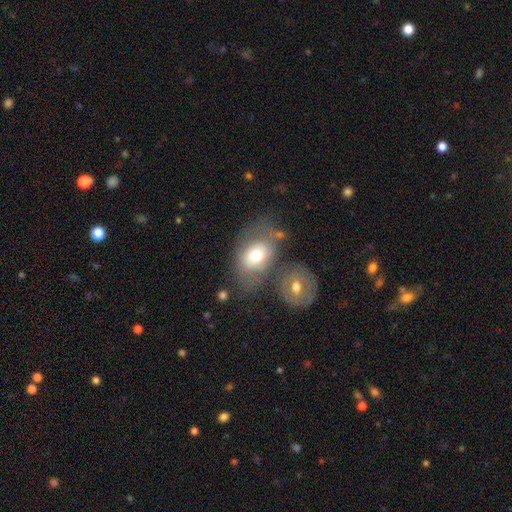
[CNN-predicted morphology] type=smooth (63%); roundness=in between (76%); merging=none (43%).